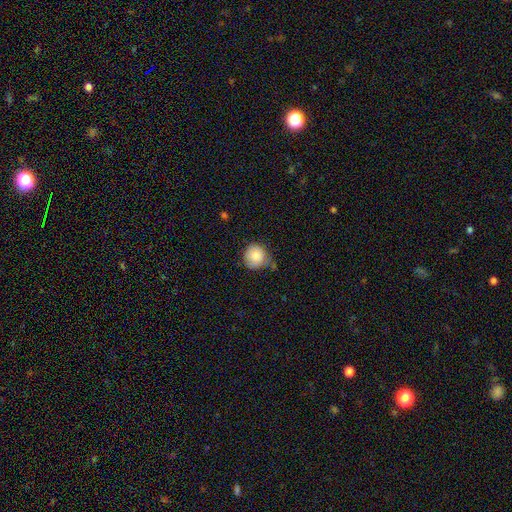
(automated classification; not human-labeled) Smooth or featured? smooth (85%)
How rounded? round (89%)
Merging? none (61%)